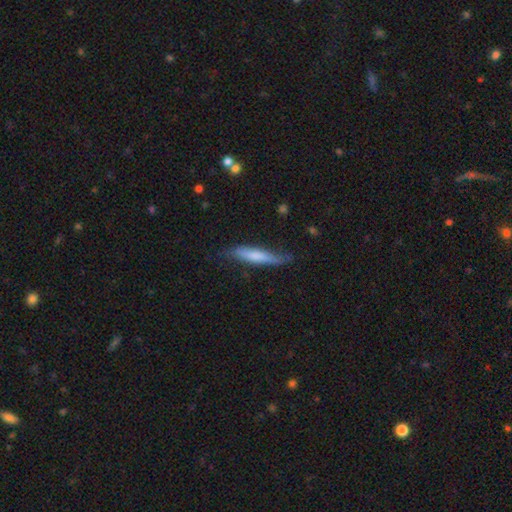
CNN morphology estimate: smooth 63%, featured or disk 32%, star or artifact 5%. Down the decision tree: how rounded — cigar-shaped (89%); merging — none (64%).